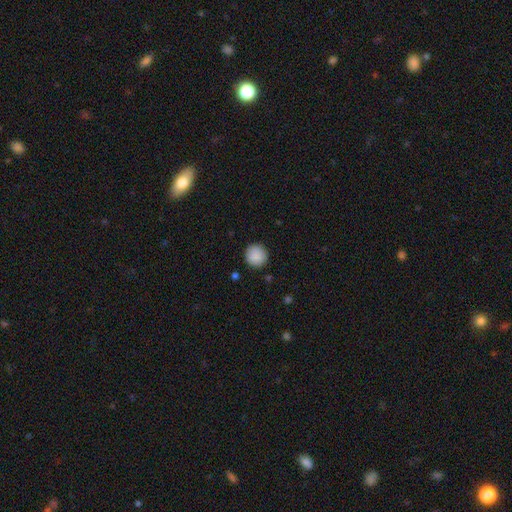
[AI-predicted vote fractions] smooth-or-featured: smooth: 90% | star or artifact: 7% | featured or disk: 3%
  how-rounded: round: 95% | in between: 4% | cigar-shaped: 1%
  merging: none: 91% | minor disturbance: 6% | major disturbance: 2% | merger: 1%